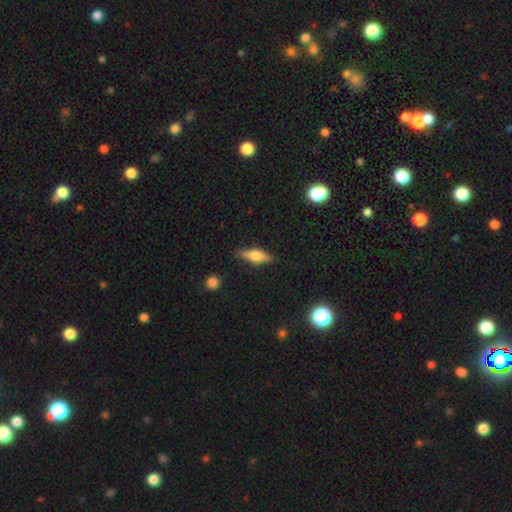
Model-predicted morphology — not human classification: smooth_or_featured: smooth (p=0.53) [alt: featured or disk p=0.40]
how_rounded: in between (p=0.50) [alt: cigar-shaped p=0.47]
merging: none (p=0.85) [alt: minor disturbance p=0.11]